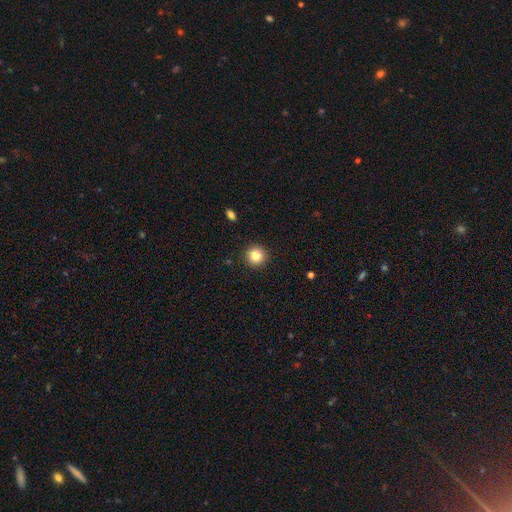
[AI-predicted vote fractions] Overall: smooth (84%). How rounded: round (95%). Merging: none (92%).